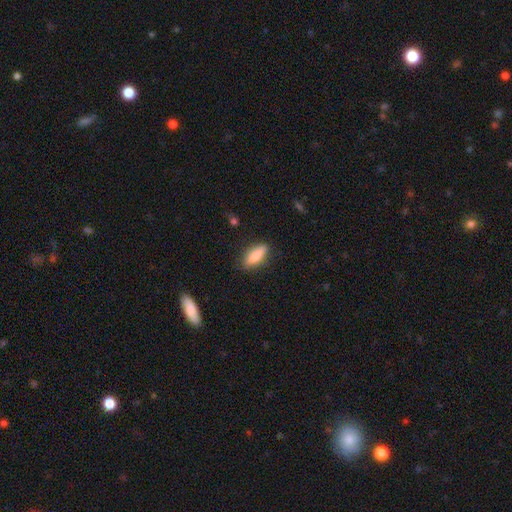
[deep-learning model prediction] The model was most divided on "how rounded": in between: 60%, cigar-shaped: 38%, round: 2%. More confident: merging — none (82%); smooth or featured — smooth (80%).